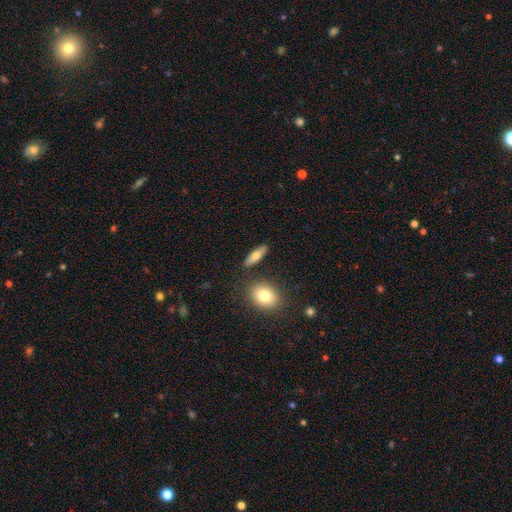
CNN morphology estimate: smooth-or-featured: smooth: 69% | featured or disk: 24% | star or artifact: 7%
  how-rounded: in between: 51% | cigar-shaped: 43% | round: 6%
  merging: none: 82% | minor disturbance: 10% | merger: 5% | major disturbance: 3%